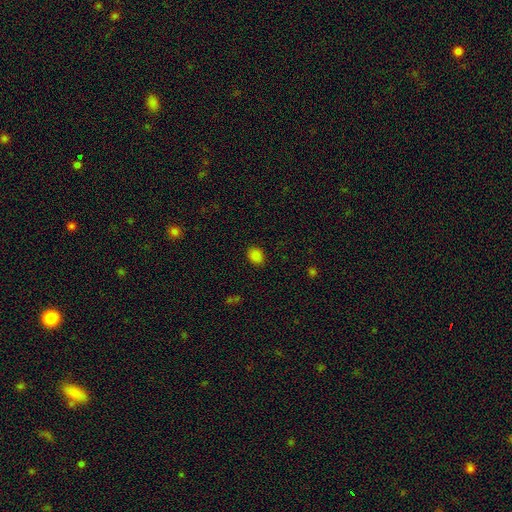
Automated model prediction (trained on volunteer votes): Smooth or featured?
  - smooth: 83% *
  - star or artifact: 14%
  - featured or disk: 3%
How rounded?
  - in between: 52% *
  - round: 47%
  - cigar-shaped: 1%
Merging?
  - none: 87% *
  - minor disturbance: 9%
  - major disturbance: 3%
  - merger: 1%